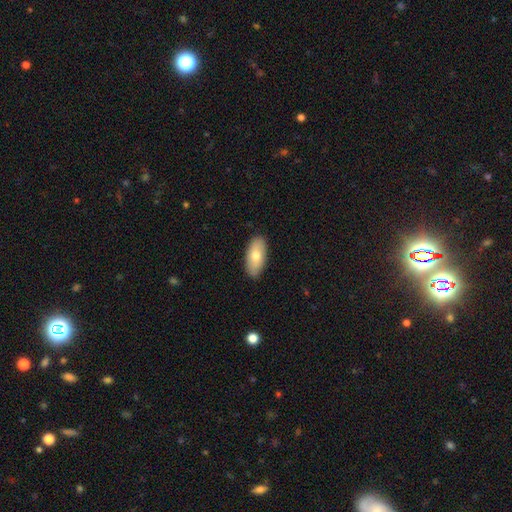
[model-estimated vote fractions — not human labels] Smooth or featured: smooth — 71% (featured or disk — 23%)
How rounded: in between — 89% (cigar-shaped — 8%)
Merging: none — 88% (minor disturbance — 9%)